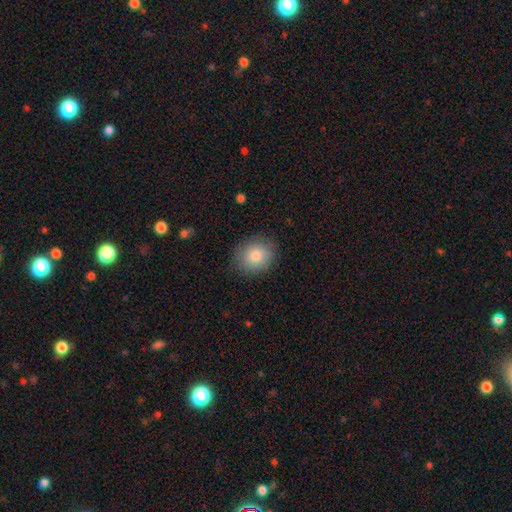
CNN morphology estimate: smooth-or-featured: smooth: 82% | featured or disk: 10% | star or artifact: 9%
  how-rounded: round: 69% | in between: 30% | cigar-shaped: 1%
  merging: none: 85% | minor disturbance: 11% | major disturbance: 3% | merger: 1%